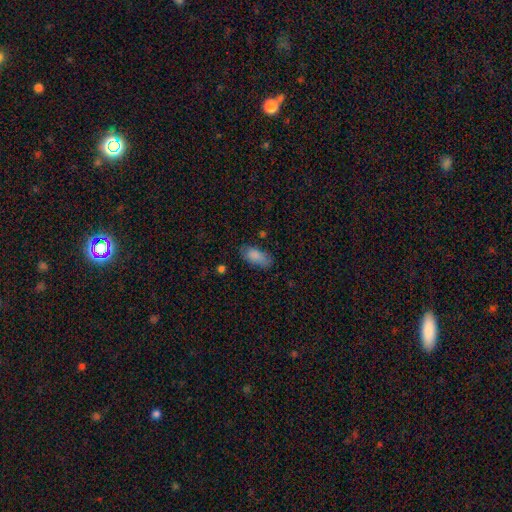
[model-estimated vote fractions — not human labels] smooth_or_featured: smooth (p=0.85) [alt: featured or disk p=0.08]
how_rounded: in between (p=0.90) [alt: cigar-shaped p=0.08]
merging: none (p=0.70) [alt: minor disturbance p=0.22]